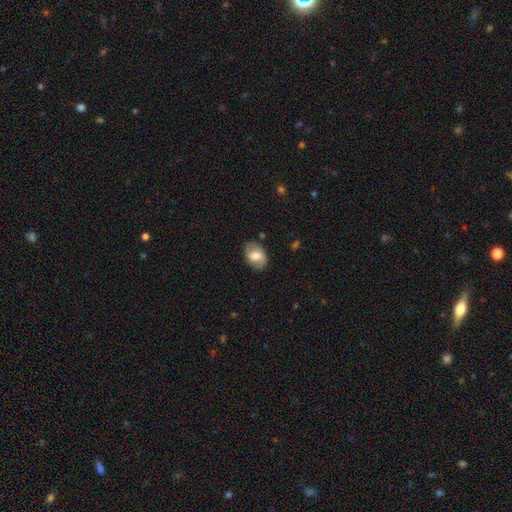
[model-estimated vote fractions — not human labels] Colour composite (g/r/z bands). It shows a smooth galaxy with no disk features (59%) that is in between round and cigar-shaped (83%). Merging: none (77%).